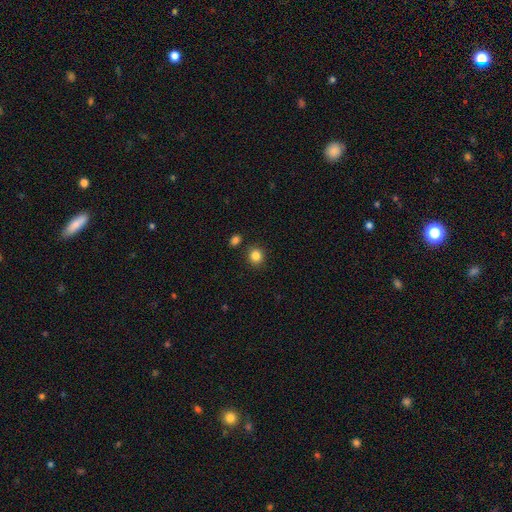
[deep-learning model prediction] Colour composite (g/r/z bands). It shows a smooth galaxy with no disk features (85%) that is round (85%). Merging: none (87%).